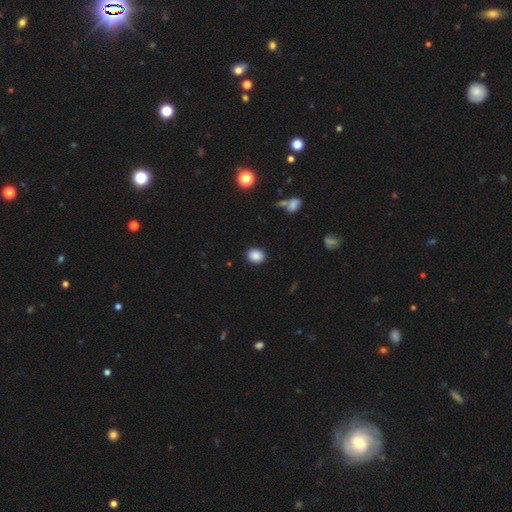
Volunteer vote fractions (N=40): This appears to be a smooth galaxy with no disk features (82%) that is round (70%). Merging: none (86%).